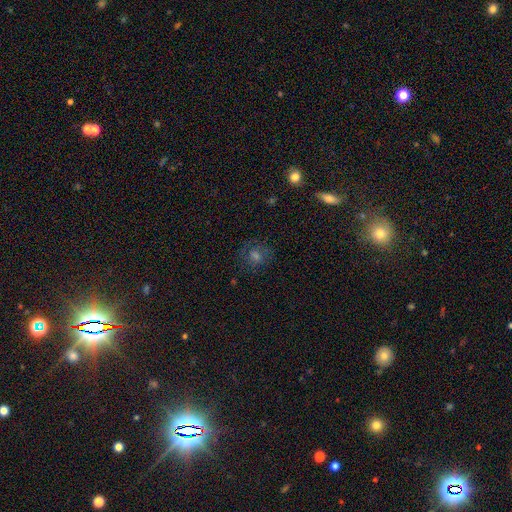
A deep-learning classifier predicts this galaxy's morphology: This appears to be a smooth galaxy with no disk features (45%). Merging: none (78%).